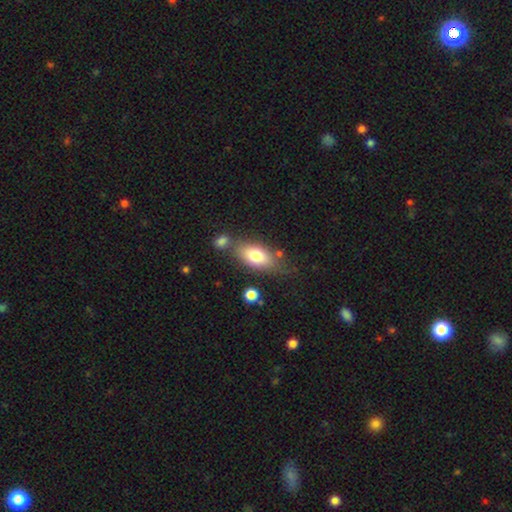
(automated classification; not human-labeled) smooth 76%, featured or disk 17%, star or artifact 7%. Down the decision tree: how rounded — in between (86%); merging — none (60%).